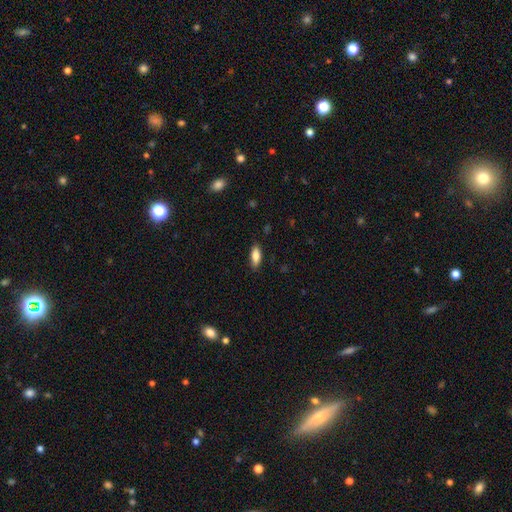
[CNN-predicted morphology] A smooth galaxy with no disk features (84%) that is in between round and cigar-shaped (76%). Merging: none (83%).